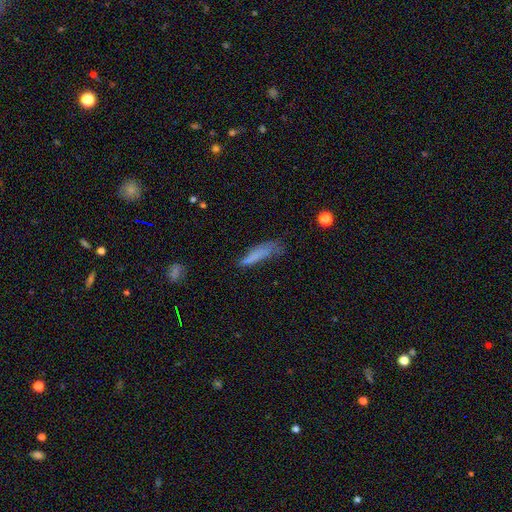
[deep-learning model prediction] This is likely a smooth galaxy (71%). How rounded: likely cigar-shaped (79%). Merging: marginally none (41%).